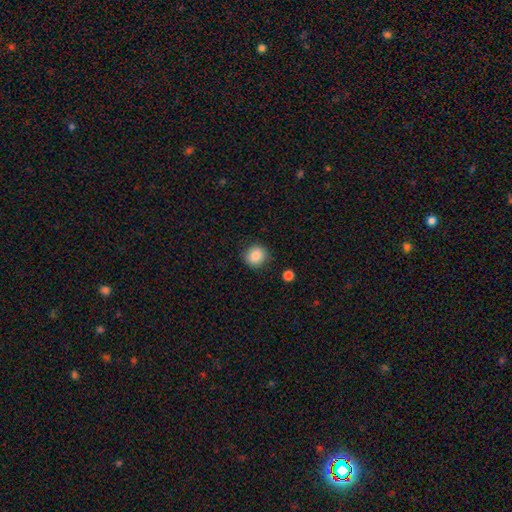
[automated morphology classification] type=smooth (86%); roundness=round (89%); merging=none (87%).